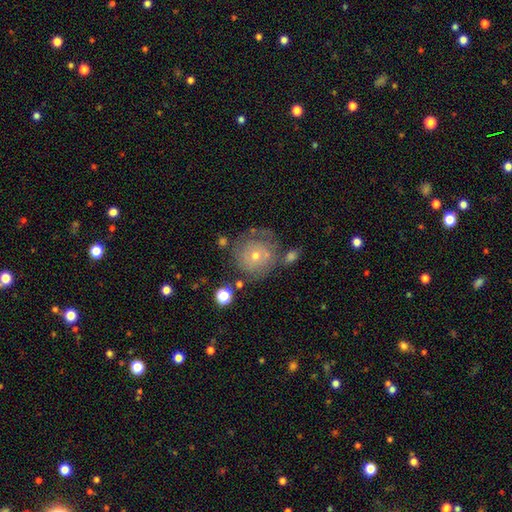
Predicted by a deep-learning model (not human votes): Smooth or featured: featured or disk — 61% (smooth — 28%)
Edge-on disk: no — 97% (yes — 3%)
Bar: no — 84% (weak — 13%)
Spiral arms: yes — 71% (no — 29%)
Bulge size: small — 51% (moderate — 44%)
Merging: none — 65% (minor disturbance — 18%)